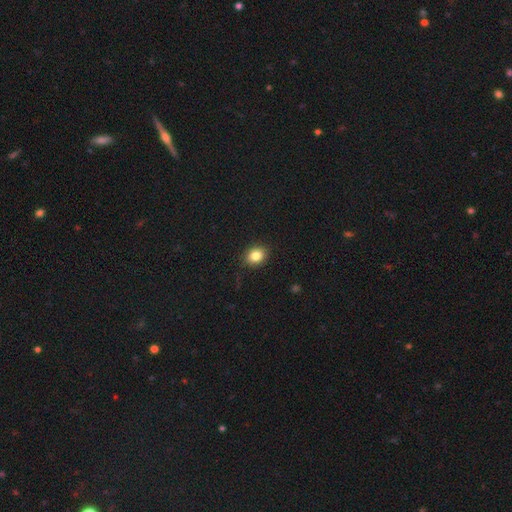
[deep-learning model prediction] This is clearly a smooth galaxy (83%). How rounded: possibly round (52%). Merging: clearly none (88%).